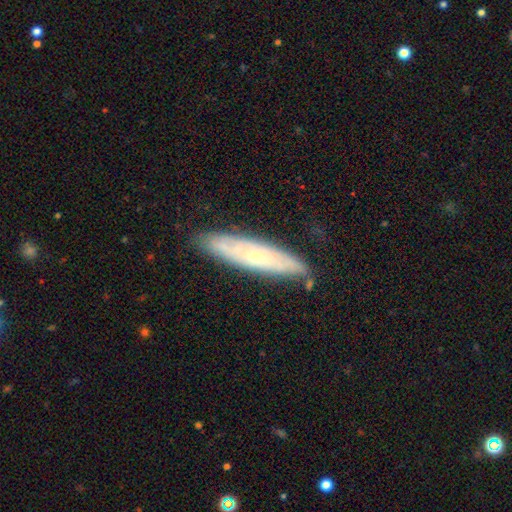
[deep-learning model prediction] Smooth or featured? Predicted: featured or disk (p=0.58). Edge-on disk? Predicted: no (p=0.52). Merging? Predicted: none (p=0.82).